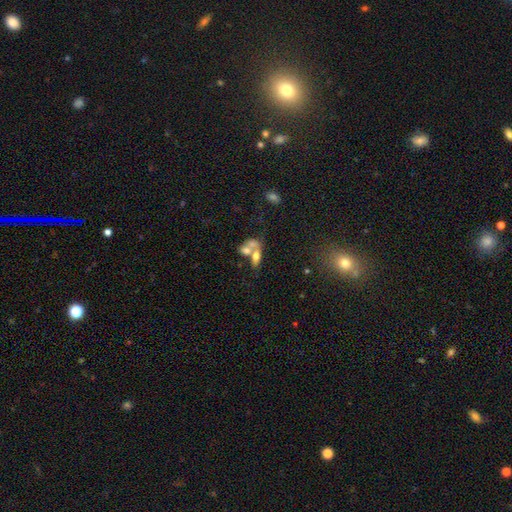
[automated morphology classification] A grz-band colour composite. It shows a smooth galaxy with no disk features (53%) that is in between round and cigar-shaped (77%). Merging: merger (63%).